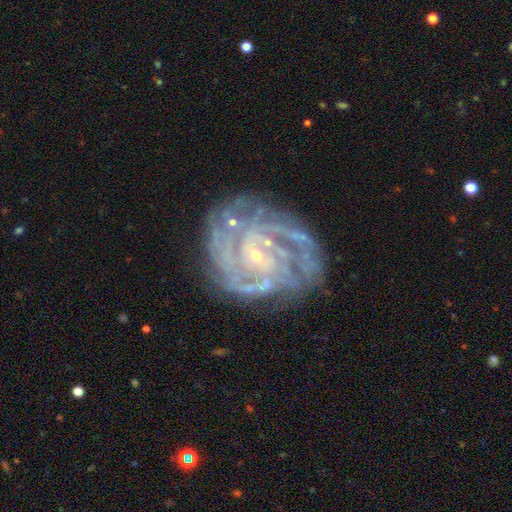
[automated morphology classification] Smooth or featured? featured or disk (87%)
Edge-on disk? no (98%)
Bar? no (59%)
Spiral arms? yes (95%)
Spiral winding? tight (64%)
Spiral arm count? can't tell (26%)
Bulge size? small (85%)
Merging? none (69%)